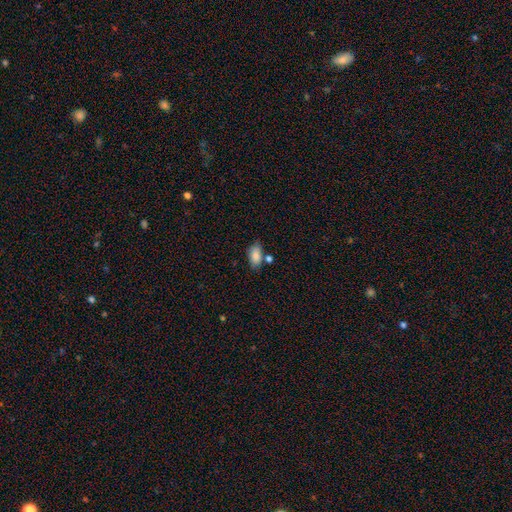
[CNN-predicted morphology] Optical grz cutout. It shows a smooth galaxy with no disk features (86%) that is in between round and cigar-shaped (91%). Merging: none (64%).